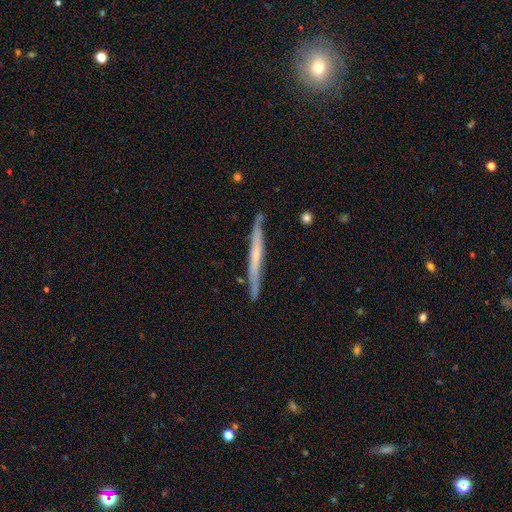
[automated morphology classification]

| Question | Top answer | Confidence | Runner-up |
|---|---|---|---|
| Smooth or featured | featured or disk | 61% | smooth (33%) |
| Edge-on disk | yes | 96% | no (4%) |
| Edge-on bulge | none | 62% | rounded (31%) |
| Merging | none | 87% | minor disturbance (10%) |